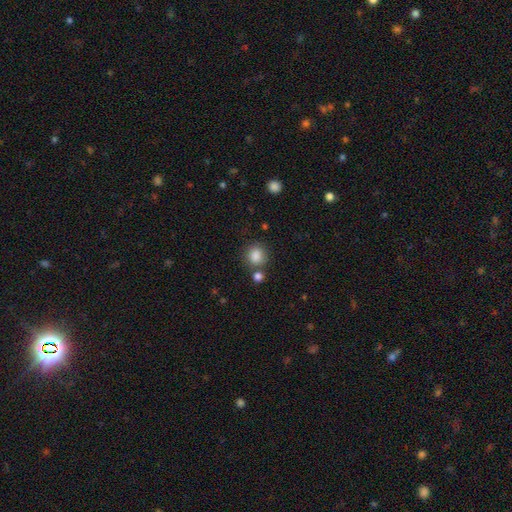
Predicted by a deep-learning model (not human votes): Overall: smooth (86%). How rounded: round (80%). Merging: none (73%).